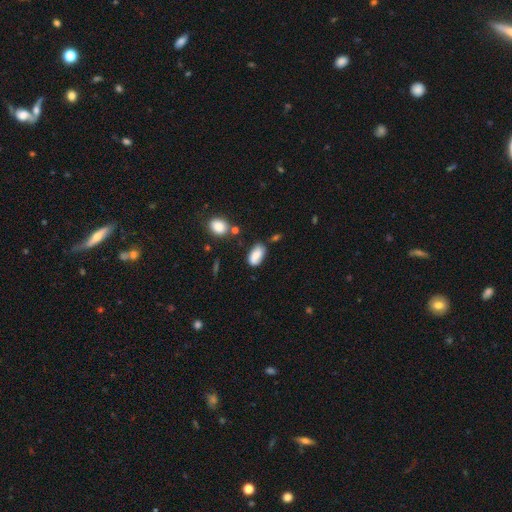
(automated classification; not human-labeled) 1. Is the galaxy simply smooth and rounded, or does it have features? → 77% smooth, 14% featured or disk, 9% star or artifact.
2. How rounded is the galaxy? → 91% in between, 5% round, 4% cigar-shaped.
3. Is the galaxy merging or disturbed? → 62% none, 24% minor disturbance, 9% merger, 6% major disturbance.